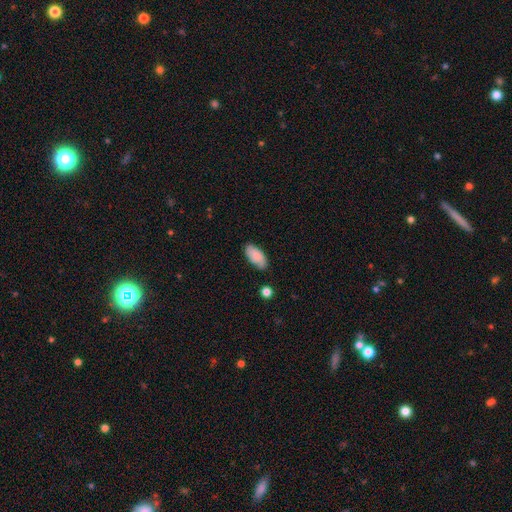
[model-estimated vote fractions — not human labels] Q: Smooth or featured?
A: smooth (85%); runner-up: featured or disk (9%)
Q: How rounded?
A: in between (91%); runner-up: cigar-shaped (7%)
Q: Merging?
A: none (73%); runner-up: minor disturbance (21%)